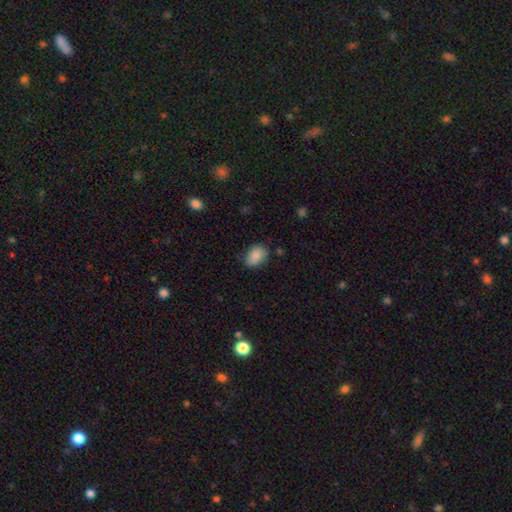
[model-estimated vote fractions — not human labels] smooth_or_featured: smooth (p=0.85) [alt: star or artifact p=0.08]
how_rounded: in between (p=0.77) [alt: round p=0.22]
merging: none (p=0.70) [alt: minor disturbance p=0.23]